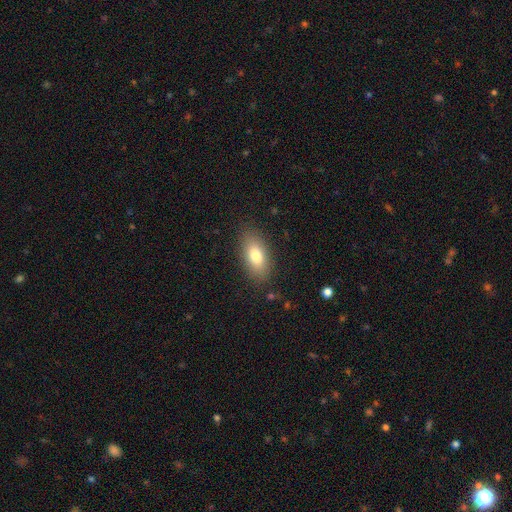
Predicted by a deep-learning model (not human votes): smooth_or_featured: smooth (p=0.79) [alt: featured or disk p=0.14]
how_rounded: in between (p=0.87) [alt: cigar-shaped p=0.09]
merging: none (p=0.85) [alt: minor disturbance p=0.11]